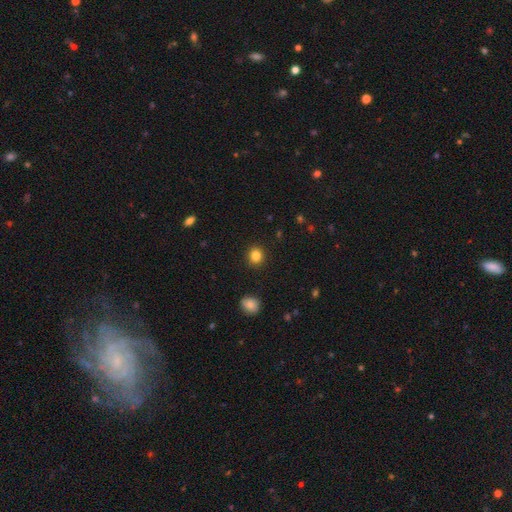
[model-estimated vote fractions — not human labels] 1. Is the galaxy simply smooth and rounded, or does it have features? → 84% smooth, 11% star or artifact, 5% featured or disk.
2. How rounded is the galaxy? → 84% round, 15% in between, 1% cigar-shaped.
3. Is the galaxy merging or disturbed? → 91% none, 5% minor disturbance, 2% major disturbance, 1% merger.